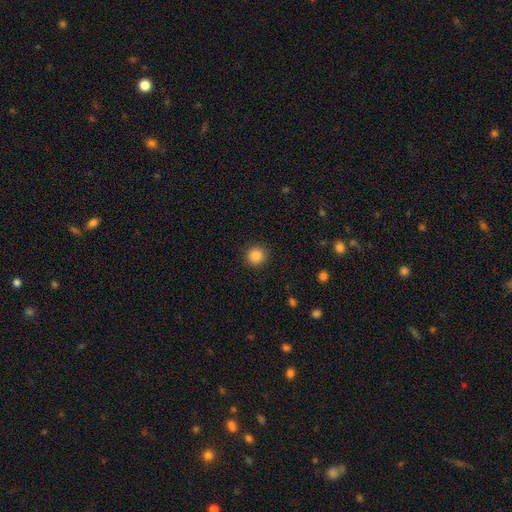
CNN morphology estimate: Overall: smooth (86%). How rounded: round (94%). Merging: none (91%).